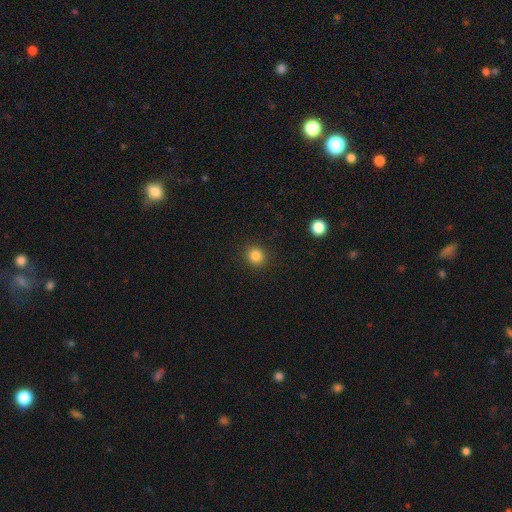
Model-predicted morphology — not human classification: Overall: smooth (84%). How rounded: round (88%). Merging: none (91%).